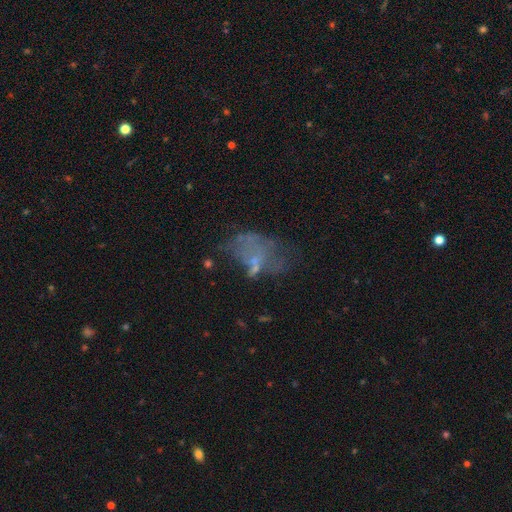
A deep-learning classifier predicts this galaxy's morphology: Smooth or featured: featured or disk — 44% (smooth — 32%)
Merging: none — 35% (major disturbance — 34%)